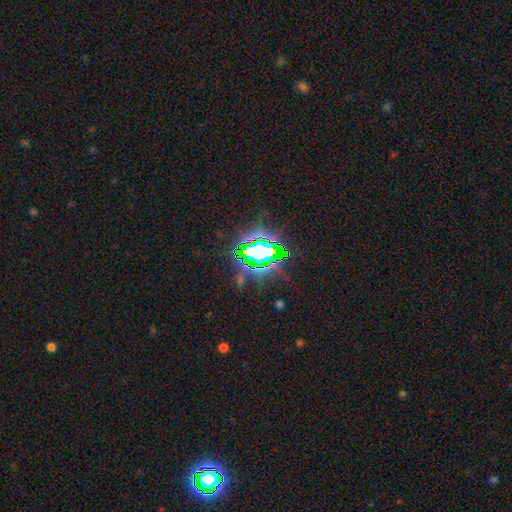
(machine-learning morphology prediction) type=star or artifact (77%).